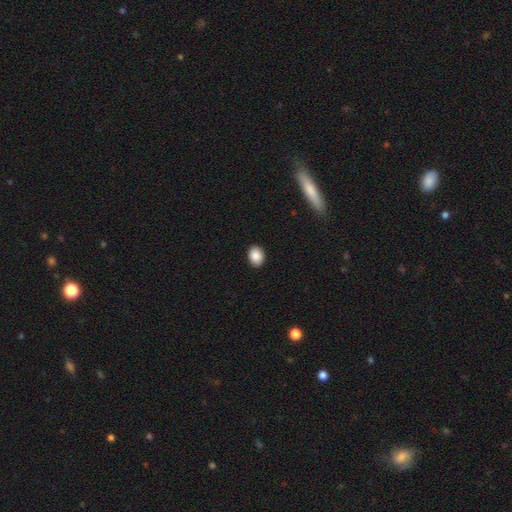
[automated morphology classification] smooth_or_featured: smooth (p=0.89) [alt: star or artifact p=0.08]
how_rounded: in between (p=0.69) [alt: round p=0.30]
merging: none (p=0.91) [alt: minor disturbance p=0.07]